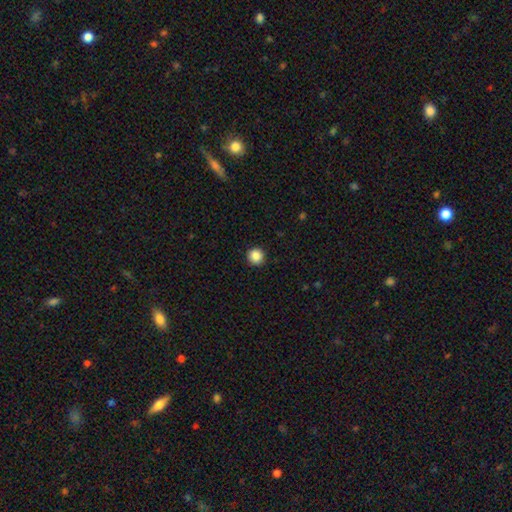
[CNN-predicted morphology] Smooth or featured: smooth — 87% (star or artifact — 10%)
How rounded: round — 95% (in between — 4%)
Merging: none — 93% (minor disturbance — 4%)